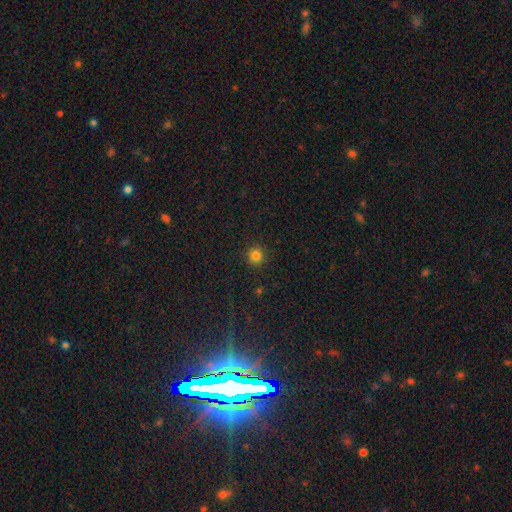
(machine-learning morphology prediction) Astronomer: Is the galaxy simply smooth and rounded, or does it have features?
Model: smooth — 81%.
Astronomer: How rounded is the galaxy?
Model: round — 95%.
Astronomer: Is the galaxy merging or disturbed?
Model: none — 91%.